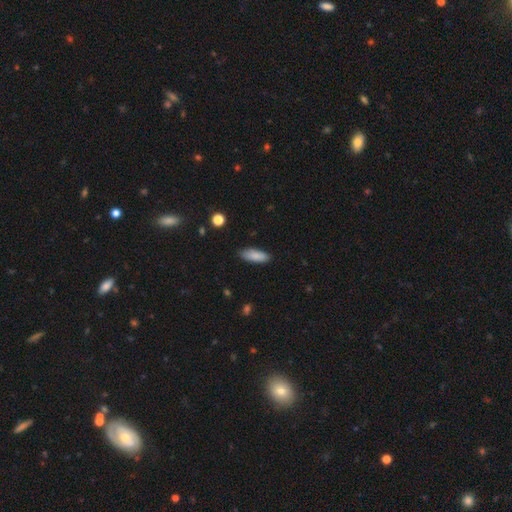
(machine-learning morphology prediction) Smooth or featured? Predicted: smooth (p=0.86). How rounded? Predicted: in between (p=0.65). Merging? Predicted: none (p=0.86).